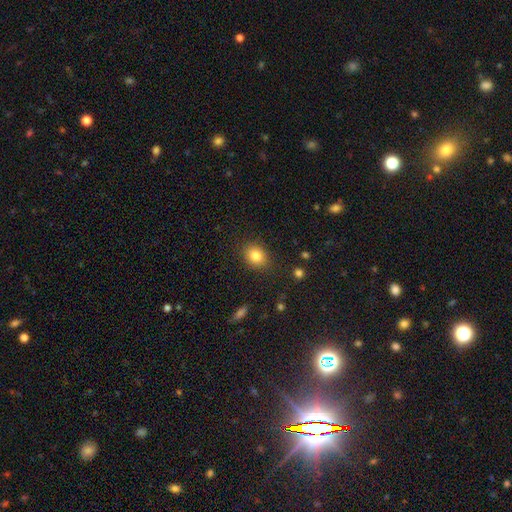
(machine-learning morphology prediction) Q: Smooth or featured?
A: smooth (84%); runner-up: star or artifact (10%)
Q: How rounded?
A: round (57%); runner-up: in between (42%)
Q: Merging?
A: none (86%); runner-up: minor disturbance (10%)